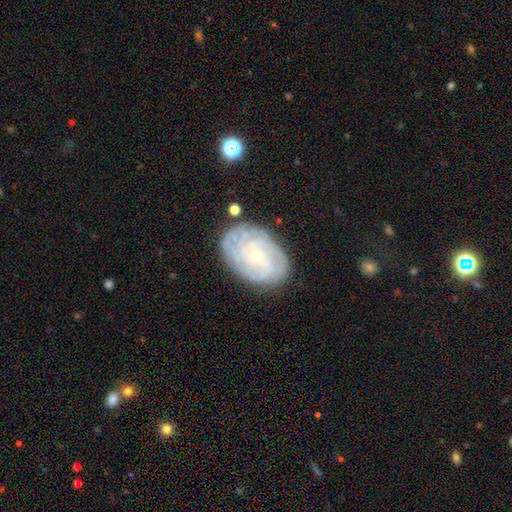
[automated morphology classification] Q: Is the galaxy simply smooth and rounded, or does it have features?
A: featured or disk — 77%.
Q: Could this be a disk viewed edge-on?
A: no — 96%.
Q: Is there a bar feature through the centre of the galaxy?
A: no — 76%.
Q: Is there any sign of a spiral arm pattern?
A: yes — 92%.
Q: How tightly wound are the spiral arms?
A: tight — 77%.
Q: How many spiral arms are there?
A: can't tell — 42%.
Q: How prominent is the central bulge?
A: small — 73%.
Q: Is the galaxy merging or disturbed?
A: none — 79%.